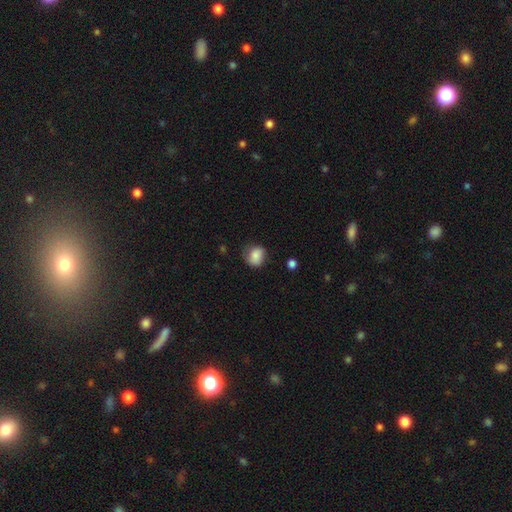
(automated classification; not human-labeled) Smooth or featured? Predicted: smooth (p=0.79). How rounded? Predicted: round (p=0.64). Merging? Predicted: none (p=0.61).